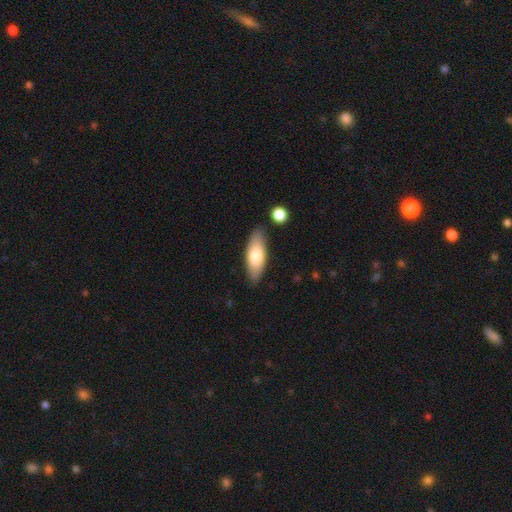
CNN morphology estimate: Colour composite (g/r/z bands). It shows a smooth galaxy with no disk features (74%) that is in between round and cigar-shaped (71%). Merging: none (83%).